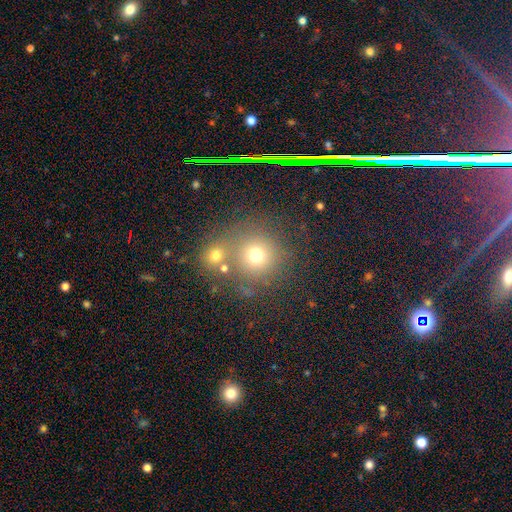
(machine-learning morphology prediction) Q: Smooth or featured?
A: smooth (69%); runner-up: star or artifact (19%)
Q: How rounded?
A: round (91%); runner-up: in between (8%)
Q: Merging?
A: none (59%); runner-up: merger (27%)